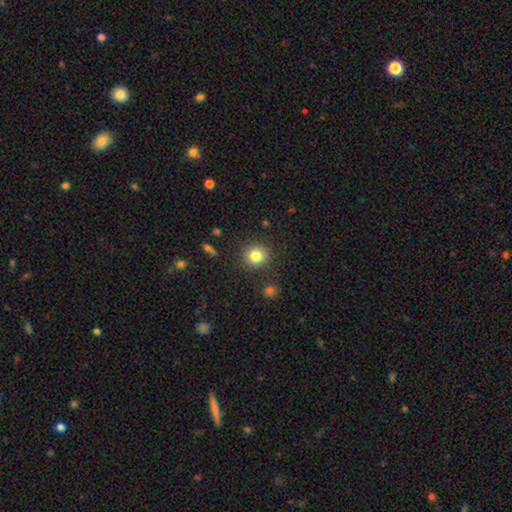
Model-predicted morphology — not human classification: smooth 82%, star or artifact 11%, featured or disk 7%. Down the decision tree: how rounded — round (91%); merging — none (88%).